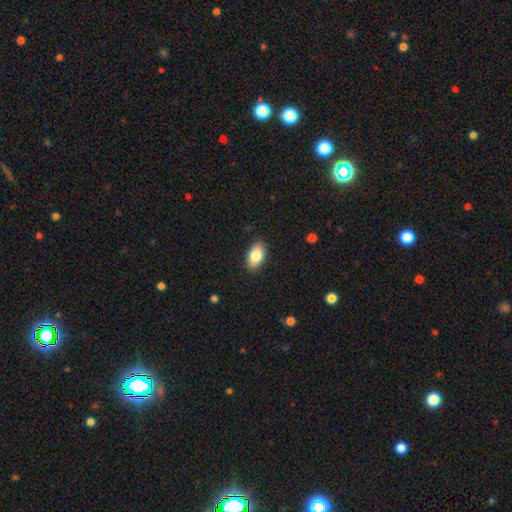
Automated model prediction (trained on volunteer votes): A smooth galaxy with no disk features (83%) that is in between round and cigar-shaped (93%). Merging: none (88%).